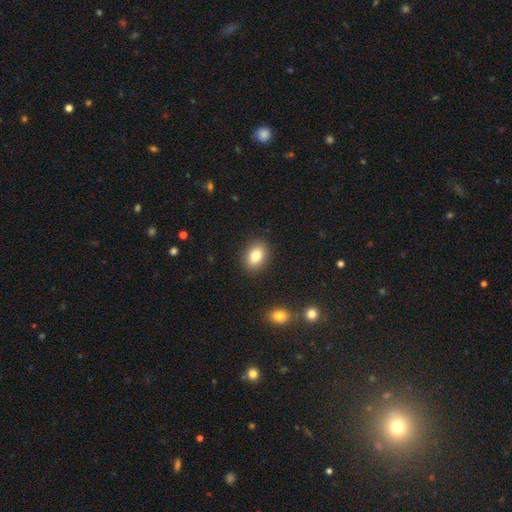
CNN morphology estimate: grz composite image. It shows a smooth galaxy with no disk features (82%) that is in between round and cigar-shaped (72%). Merging: none (88%).